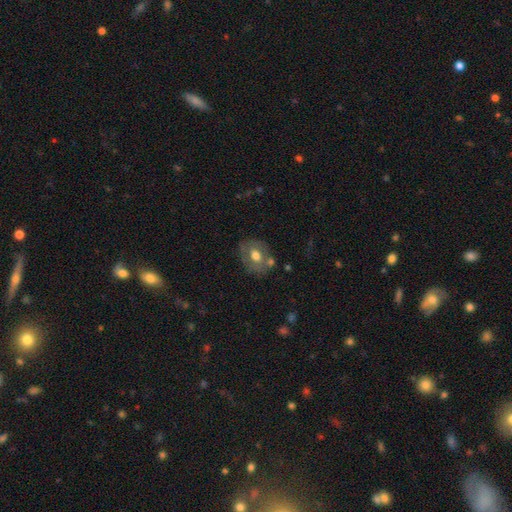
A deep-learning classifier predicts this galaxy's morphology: Smooth or featured?
  - smooth: 57% *
  - featured or disk: 35%
  - star or artifact: 8%
How rounded?
  - in between: 50% *
  - round: 49%
  - cigar-shaped: 1%
Merging?
  - none: 67% *
  - minor disturbance: 17%
  - merger: 10%
  - major disturbance: 6%